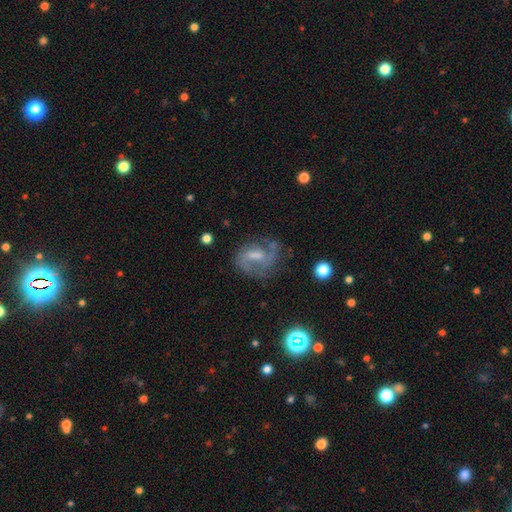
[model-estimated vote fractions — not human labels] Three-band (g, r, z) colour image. It shows a featured or disk galaxy (67%) with a weak bar (52%), 2 (52%) medium (47%) spiral arms (79%) and a moderate central bulge (38%). Merging: none (50%).